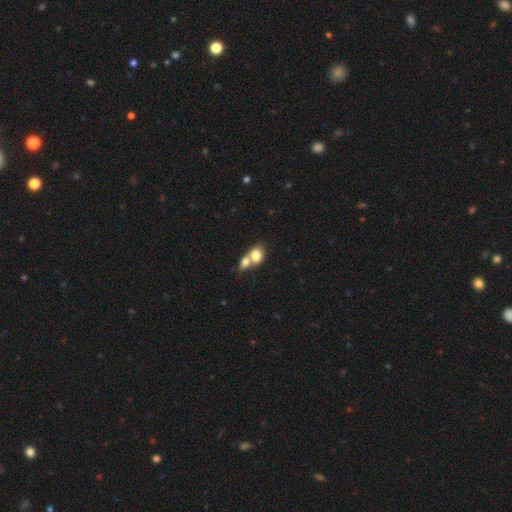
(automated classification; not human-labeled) Overall: smooth (77%). How rounded: in between (57%; round 41%). Merging: merger (70%).